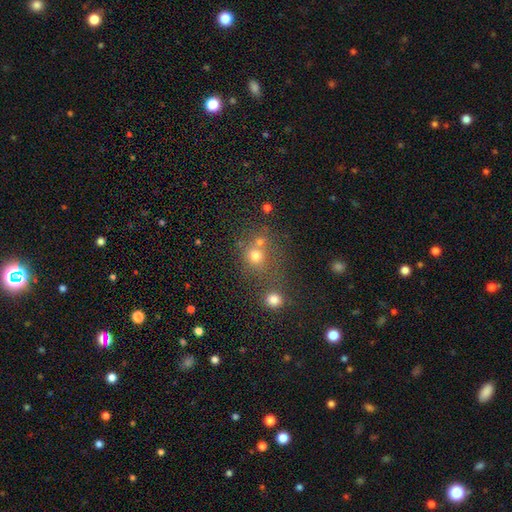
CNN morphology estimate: This is likely a smooth galaxy (70%). How rounded: clearly round (84%). Merging: possibly none (53%).